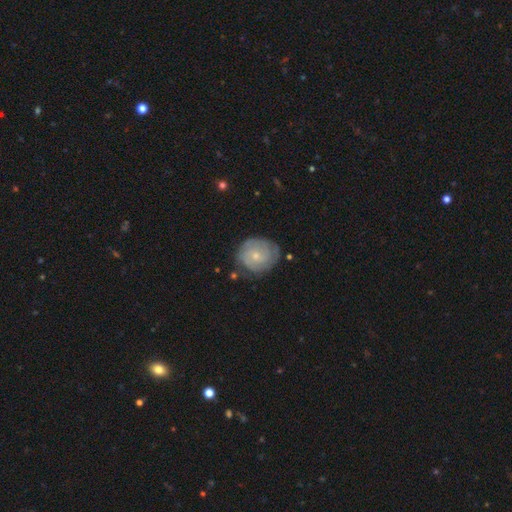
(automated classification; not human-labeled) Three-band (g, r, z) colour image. It shows a featured or disk galaxy (59%) with no bar (79%), spiral arms (81%) and a small central bulge (73%). Merging: none (71%).